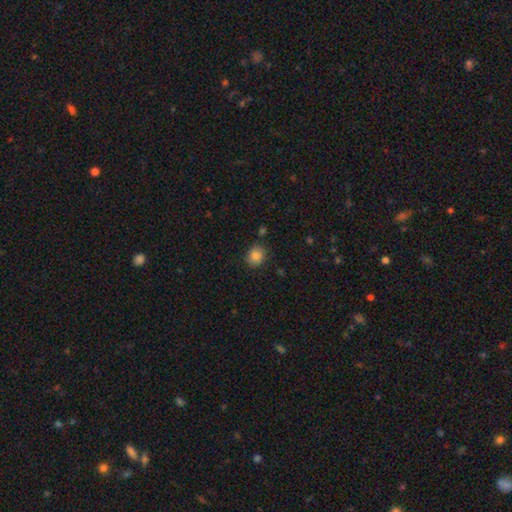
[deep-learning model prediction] Smooth or featured? smooth (84%)
How rounded? round (69%)
Merging? none (80%)